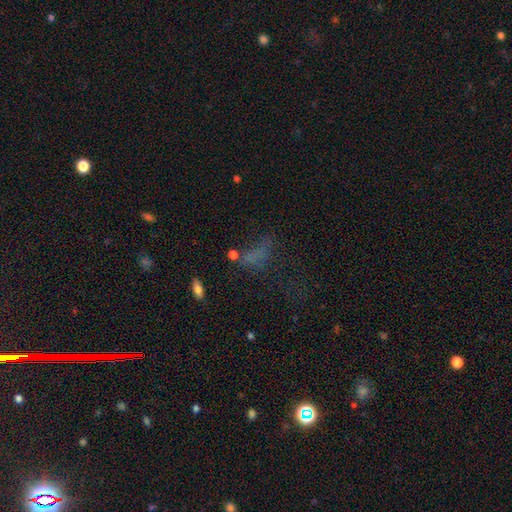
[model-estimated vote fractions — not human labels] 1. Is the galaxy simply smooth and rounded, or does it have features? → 52% smooth, 27% star or artifact, 21% featured or disk.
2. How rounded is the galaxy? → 67% in between, 20% cigar-shaped, 13% round.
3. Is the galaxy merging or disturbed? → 39% none, 34% major disturbance, 18% minor disturbance, 9% merger.